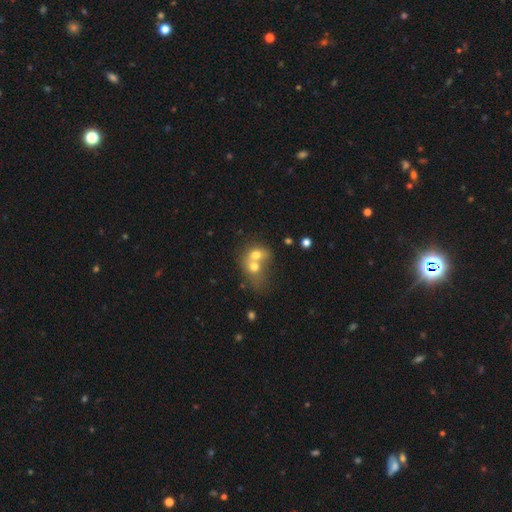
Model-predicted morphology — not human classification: Smooth or featured?
  - smooth: 66% *
  - featured or disk: 23%
  - star or artifact: 11%
How rounded?
  - round: 53% *
  - in between: 45%
  - cigar-shaped: 1%
Merging?
  - merger: 76% *
  - none: 15%
  - minor disturbance: 5%
  - major disturbance: 4%